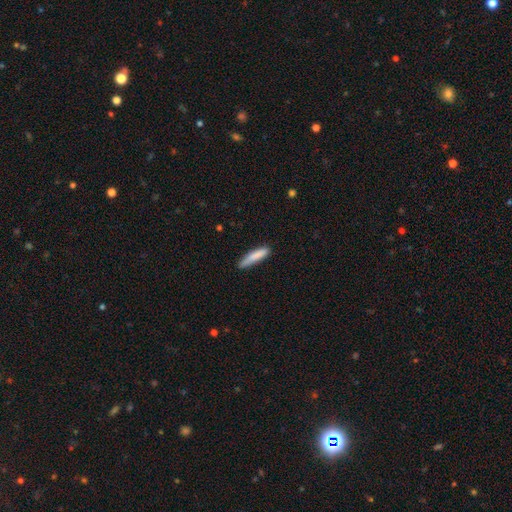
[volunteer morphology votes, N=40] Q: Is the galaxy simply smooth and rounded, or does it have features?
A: smooth — 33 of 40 (82%).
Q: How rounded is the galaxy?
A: cigar-shaped — 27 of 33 (82%).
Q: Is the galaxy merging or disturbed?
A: none — 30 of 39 (77%).